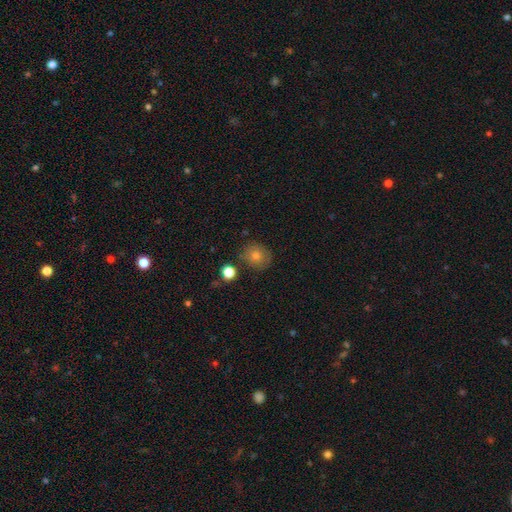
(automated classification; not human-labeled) Smooth or featured? smooth (72%)
How rounded? round (82%)
Merging? none (82%)